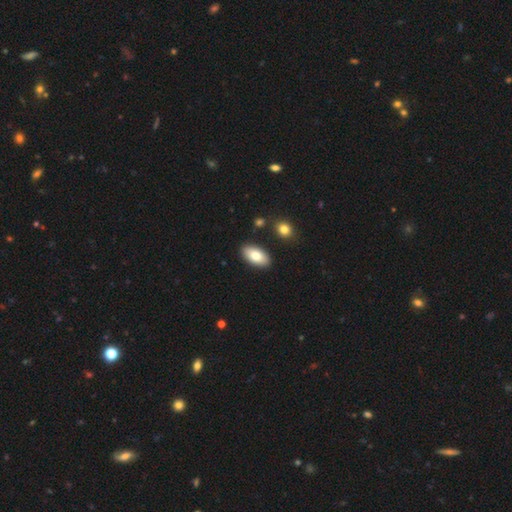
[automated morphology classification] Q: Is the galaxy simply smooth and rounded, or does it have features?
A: smooth — 79%.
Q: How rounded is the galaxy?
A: in between — 94%.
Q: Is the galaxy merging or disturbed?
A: none — 87%.